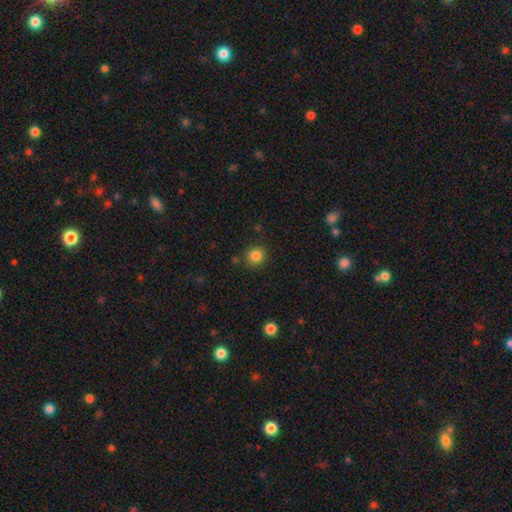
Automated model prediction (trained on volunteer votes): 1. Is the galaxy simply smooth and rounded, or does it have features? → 84% smooth, 11% star or artifact, 5% featured or disk.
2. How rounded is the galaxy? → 90% round, 9% in between, 1% cigar-shaped.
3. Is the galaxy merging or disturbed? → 86% none, 8% minor disturbance, 3% merger, 3% major disturbance.